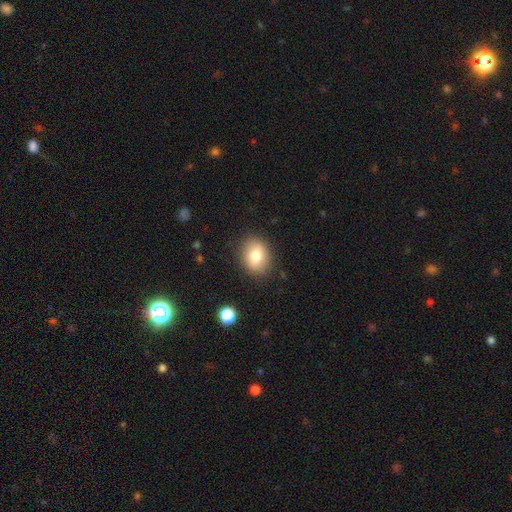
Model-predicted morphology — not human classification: A smooth galaxy with no disk features (79%) that is in between round and cigar-shaped (59%). Merging: none (86%).